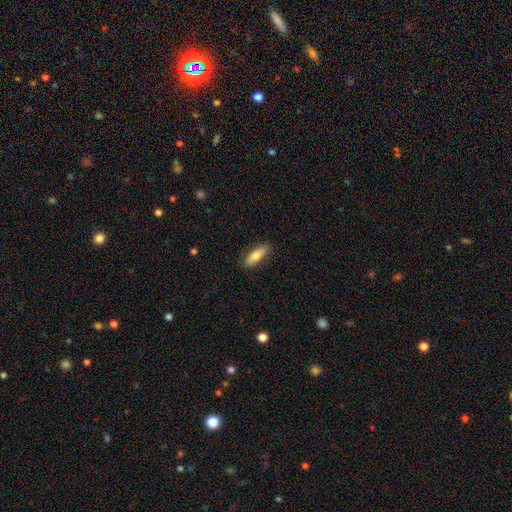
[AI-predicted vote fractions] This appears to be a smooth galaxy with no disk features (74%) that is in between round and cigar-shaped (57%). Merging: none (88%).